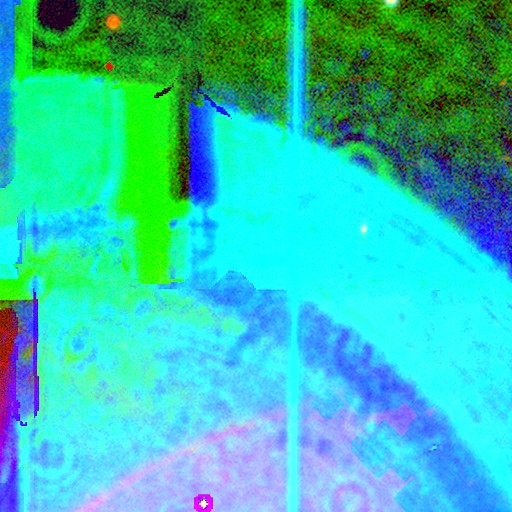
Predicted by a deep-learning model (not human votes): Morphology: type=star or artifact (87%).